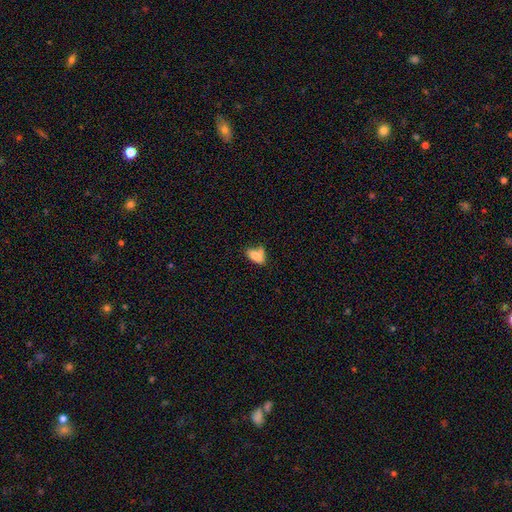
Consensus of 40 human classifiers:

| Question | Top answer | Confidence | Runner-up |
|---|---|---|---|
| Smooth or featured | smooth | 65% | featured or disk (22%) |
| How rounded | in between | 77% | cigar-shaped (15%) |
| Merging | none | 29% | tied: minor disturbance (29%) |